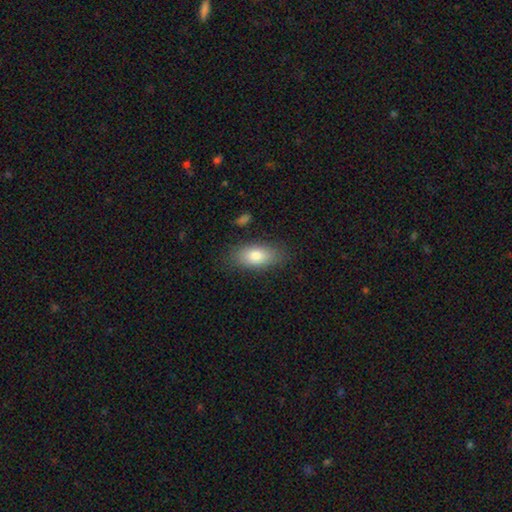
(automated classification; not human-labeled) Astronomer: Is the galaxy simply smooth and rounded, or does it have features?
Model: smooth — 81%.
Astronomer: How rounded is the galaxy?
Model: in between — 88%.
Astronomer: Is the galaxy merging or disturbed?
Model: none — 81%.